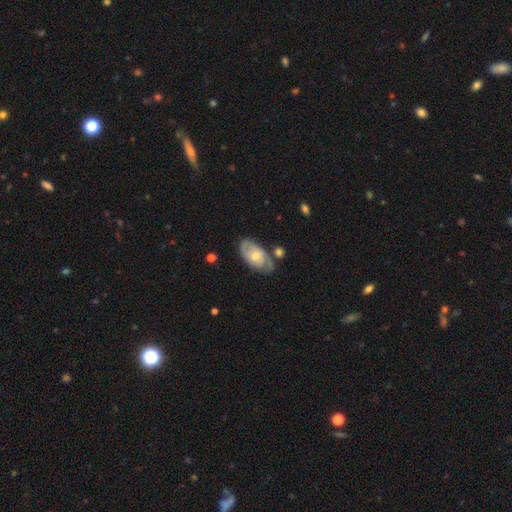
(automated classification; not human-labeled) This appears to be a featured or disk galaxy (65%) with no bar (62%), 2 (61%) tight (48%) spiral arms (83%) and a small central bulge (49%). Merging: none (64%).